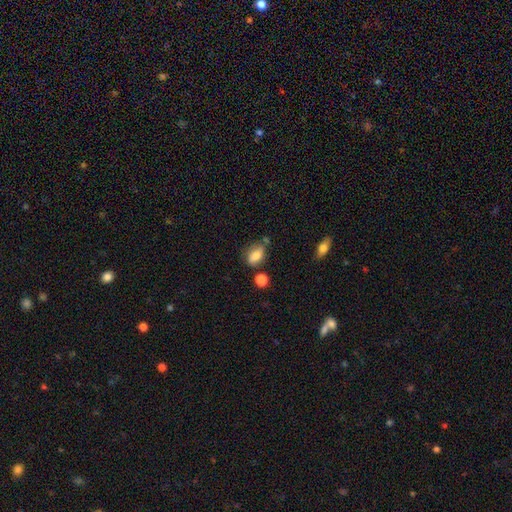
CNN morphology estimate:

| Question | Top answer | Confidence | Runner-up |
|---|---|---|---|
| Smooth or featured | smooth | 80% | featured or disk (11%) |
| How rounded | in between | 84% | round (13%) |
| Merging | none | 57% | minor disturbance (26%) |